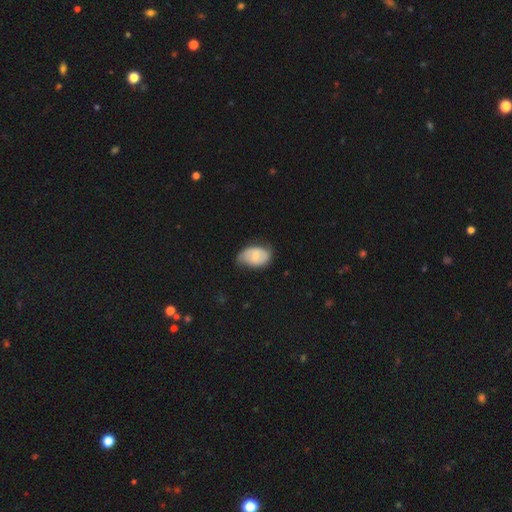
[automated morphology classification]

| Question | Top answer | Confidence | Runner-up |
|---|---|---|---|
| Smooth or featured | smooth | 50% | featured or disk (43%) |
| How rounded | in between | 86% | round (12%) |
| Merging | none | 55% | minor disturbance (35%) |